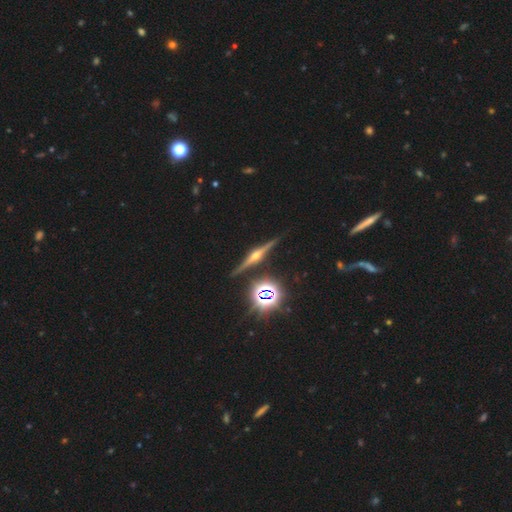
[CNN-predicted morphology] The model was most divided on "smooth or featured": featured or disk: 81%, star or artifact: 12%, smooth: 7%. More confident: edge-on disk — yes (98%); edge-on bulge — rounded (93%); merging — none (90%).